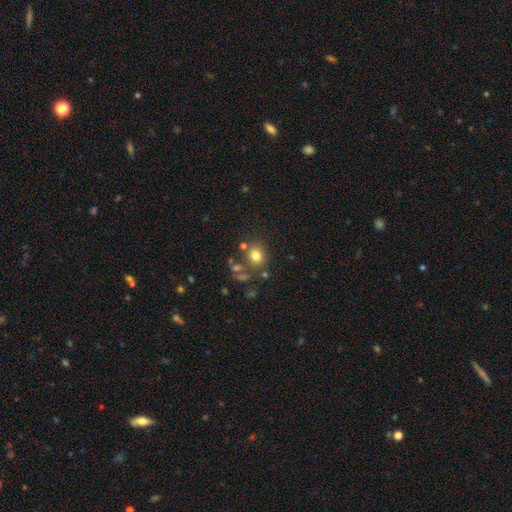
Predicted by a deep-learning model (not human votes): Smooth or featured? smooth (76%)
How rounded? round (71%)
Merging? none (69%)